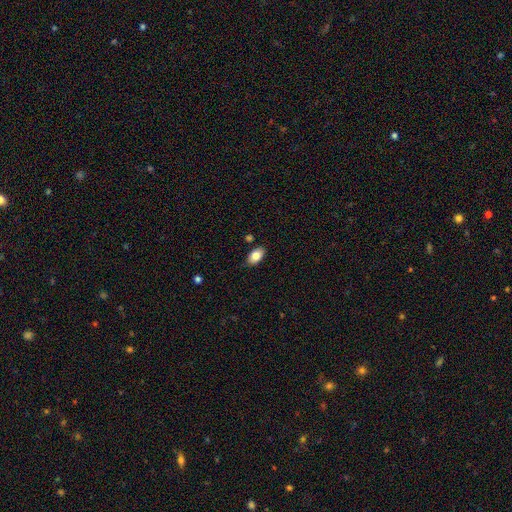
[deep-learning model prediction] Smooth or featured? smooth (84%)
How rounded? in between (93%)
Merging? none (82%)